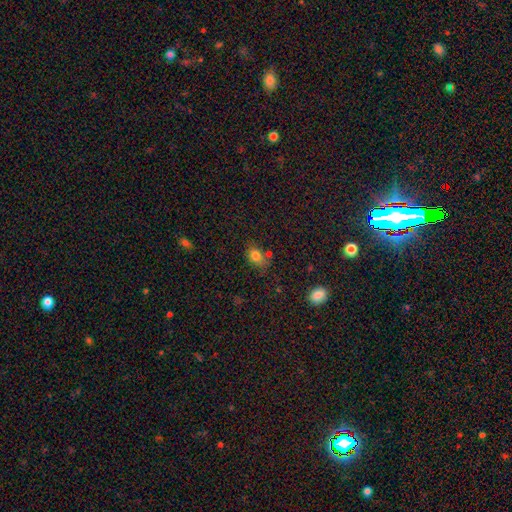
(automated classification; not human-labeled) This appears to be a smooth galaxy with no disk features (80%) that is in between round and cigar-shaped (72%). Merging: none (57%).